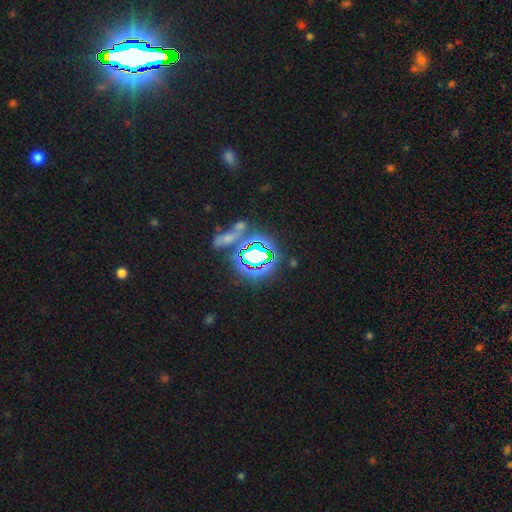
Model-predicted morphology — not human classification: Overall: star or artifact (62%; smooth 25%).